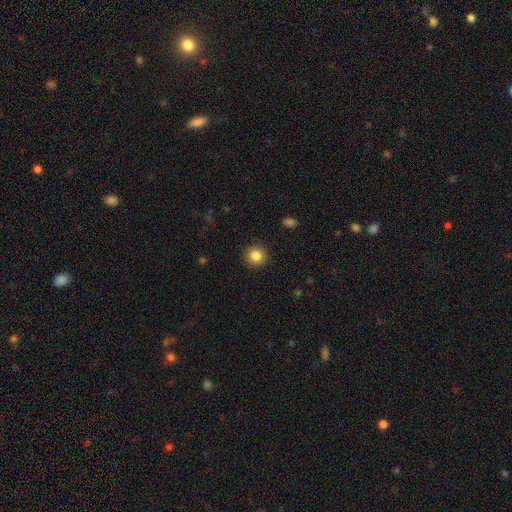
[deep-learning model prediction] The model was most divided on "smooth or featured": smooth: 85%, star or artifact: 10%, featured or disk: 6%. More confident: how rounded — round (94%); merging — none (92%).